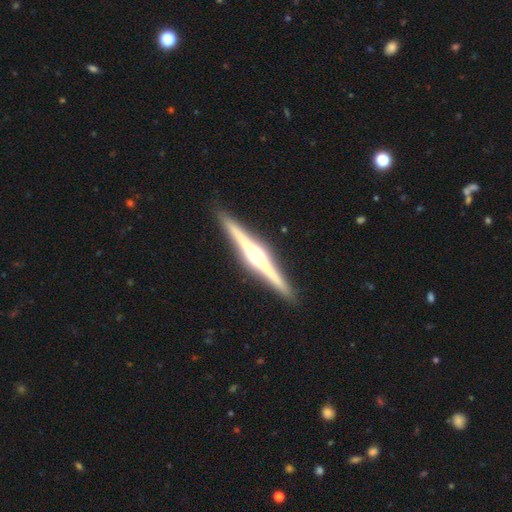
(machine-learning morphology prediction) Smooth or featured? featured or disk (83%)
Edge-on disk? yes (99%)
Edge-on bulge? rounded (84%)
Merging? none (92%)